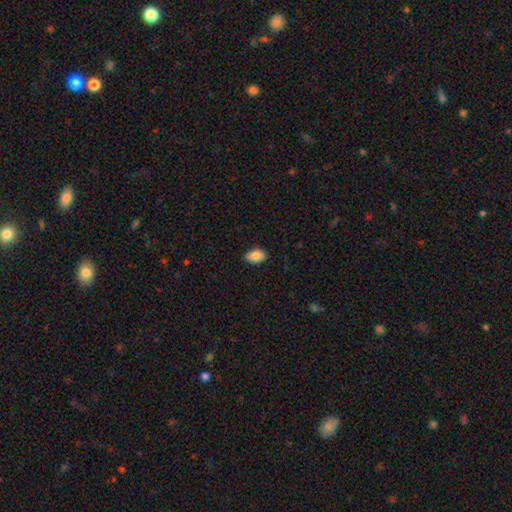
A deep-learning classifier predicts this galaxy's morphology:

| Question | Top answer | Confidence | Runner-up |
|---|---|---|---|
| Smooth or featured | smooth | 86% | star or artifact (7%) |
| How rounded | in between | 90% | round (8%) |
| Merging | none | 86% | minor disturbance (11%) |